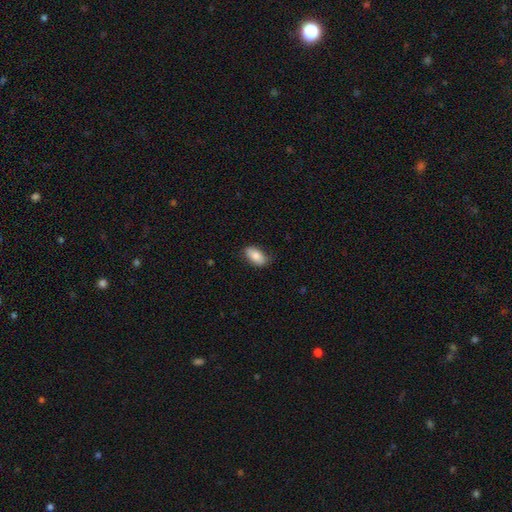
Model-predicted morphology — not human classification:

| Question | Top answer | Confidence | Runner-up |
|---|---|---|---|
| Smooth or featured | smooth | 83% | featured or disk (10%) |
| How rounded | in between | 93% | round (4%) |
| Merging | none | 80% | minor disturbance (16%) |